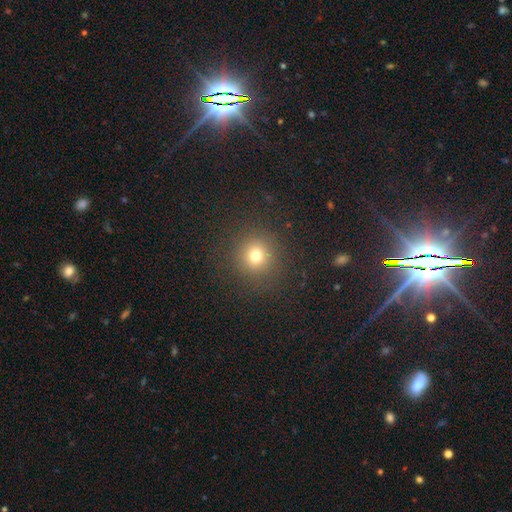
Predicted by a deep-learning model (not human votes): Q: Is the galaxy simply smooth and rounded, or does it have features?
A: smooth — 75%.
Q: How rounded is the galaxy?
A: round — 93%.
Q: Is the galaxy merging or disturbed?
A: none — 89%.